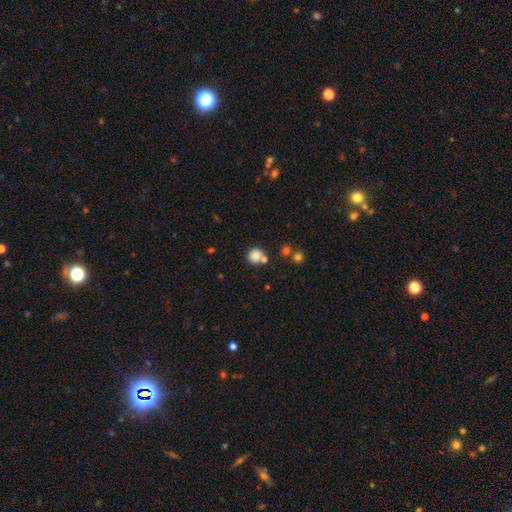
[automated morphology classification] smooth-or-featured: smooth: 82% | star or artifact: 12% | featured or disk: 6%
  how-rounded: round: 87% | in between: 12% | cigar-shaped: 1%
  merging: none: 65% | merger: 19% | minor disturbance: 12% | major disturbance: 4%